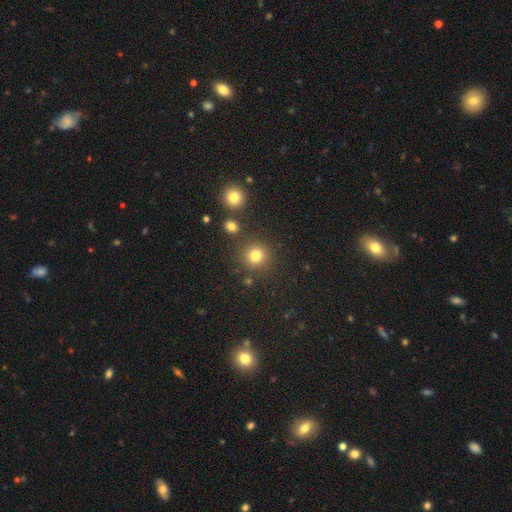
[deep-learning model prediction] Morphology: type=smooth (80%); roundness=round (92%); merging=none (85%).